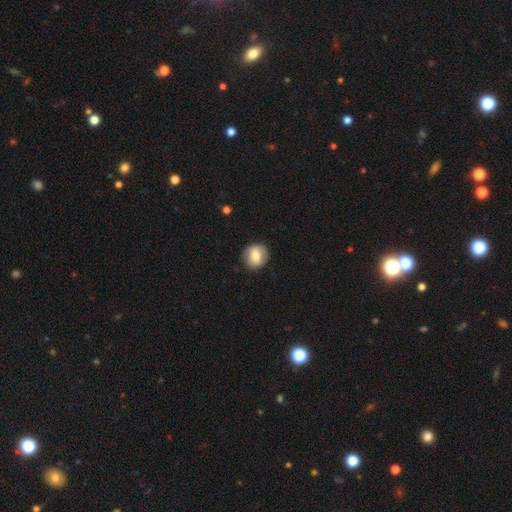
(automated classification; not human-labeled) smooth 69%, featured or disk 23%, star or artifact 8%. Down the decision tree: how rounded — round (78%); merging — none (84%).